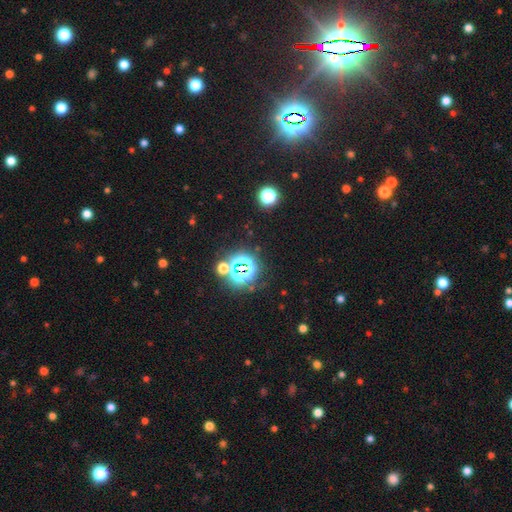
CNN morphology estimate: Smooth or featured?
  - star or artifact: 85% *
  - smooth: 10%
  - featured or disk: 6%